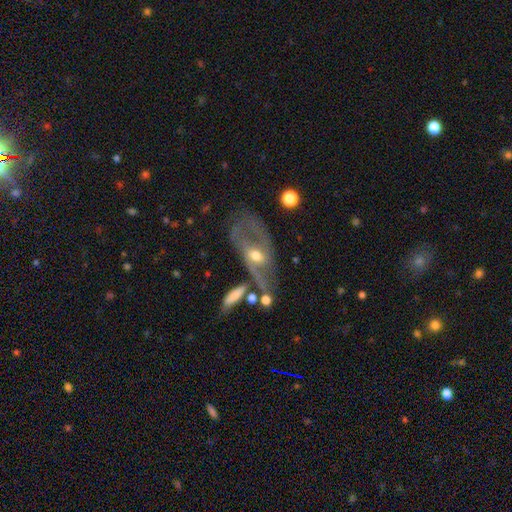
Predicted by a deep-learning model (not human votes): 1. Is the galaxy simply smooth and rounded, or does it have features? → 70% featured or disk, 23% smooth, 7% star or artifact.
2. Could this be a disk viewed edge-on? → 85% no, 15% yes.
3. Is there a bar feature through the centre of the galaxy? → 49% no, 35% weak, 17% strong.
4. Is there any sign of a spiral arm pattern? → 58% yes, 42% no.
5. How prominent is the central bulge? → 65% moderate, 24% small, 8% large, 2% none, 1% dominant.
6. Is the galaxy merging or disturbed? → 42% none, 24% major disturbance, 20% minor disturbance, 14% merger.